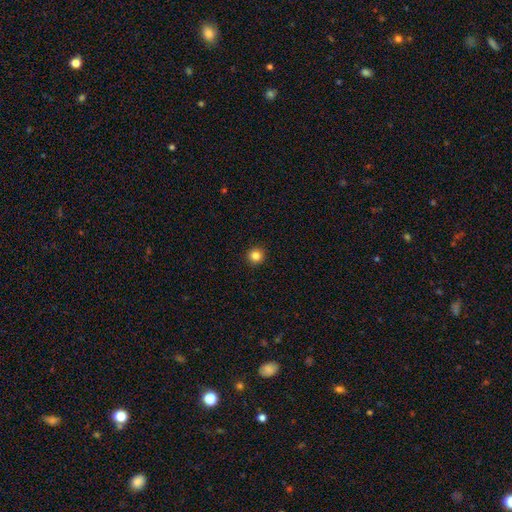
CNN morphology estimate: This is clearly a smooth galaxy (84%). How rounded: clearly round (94%). Merging: clearly none (93%).